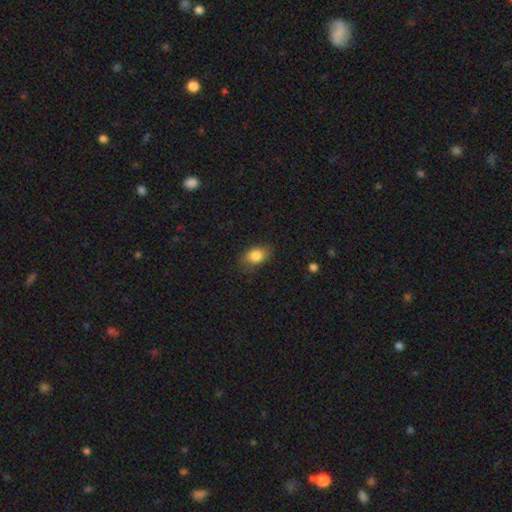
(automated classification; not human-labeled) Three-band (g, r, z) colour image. It shows a smooth galaxy with no disk features (84%) that is in between round and cigar-shaped (78%). Merging: none (79%).